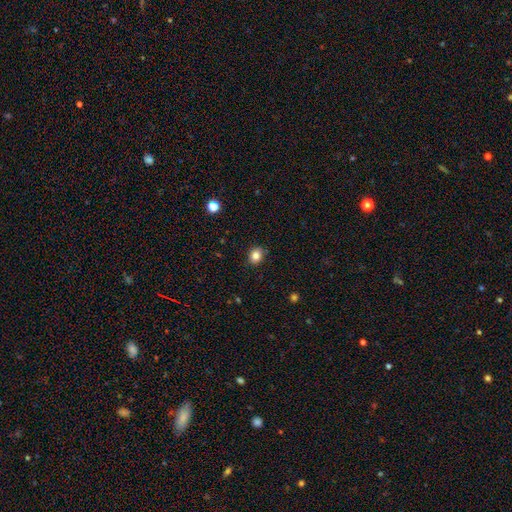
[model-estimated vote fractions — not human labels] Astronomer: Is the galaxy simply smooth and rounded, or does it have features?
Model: smooth — 84%.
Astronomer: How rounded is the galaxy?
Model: round — 61% (runner-up: in between, 38%).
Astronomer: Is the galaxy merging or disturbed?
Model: none — 87%.